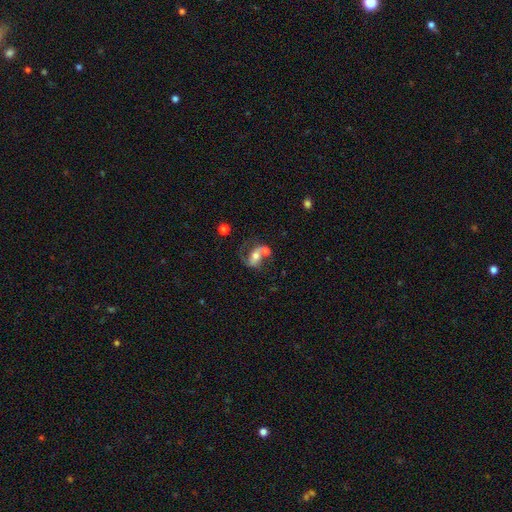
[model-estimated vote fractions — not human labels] featured or disk 61%, smooth 30%, star or artifact 9%. Down the decision tree: edge-on disk — no (96%); bar — no (51%); spiral arms — yes (78%); bulge size — moderate (62%); merging — merger (48%).